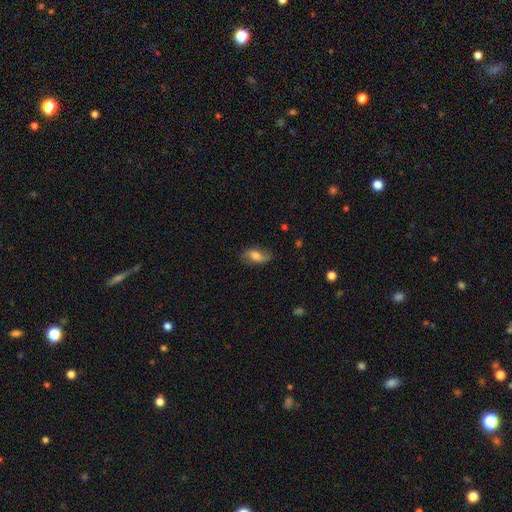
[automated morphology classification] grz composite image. It shows a smooth galaxy with no disk features (52%) that is in between round and cigar-shaped (85%). Merging: none (74%).